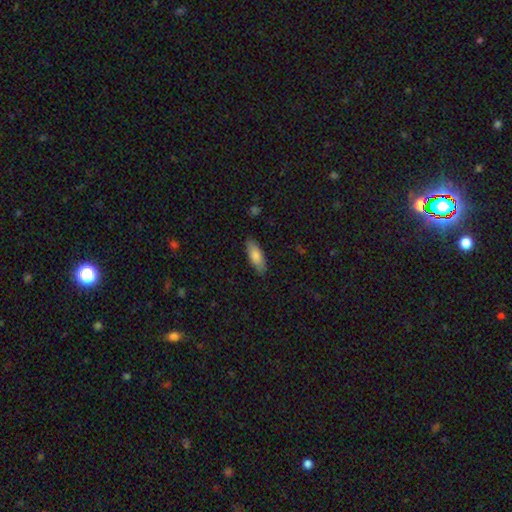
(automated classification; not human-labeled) A smooth galaxy with no disk features (83%) that is in between round and cigar-shaped (66%).

Vote fractions:
- Smooth or featured? smooth: 83% / featured or disk: 12% / star or artifact: 6%
- How rounded? in between: 66% / cigar-shaped: 32% / round: 2%
- Merging? none: 86% / minor disturbance: 11% / major disturbance: 2% / merger: 1%